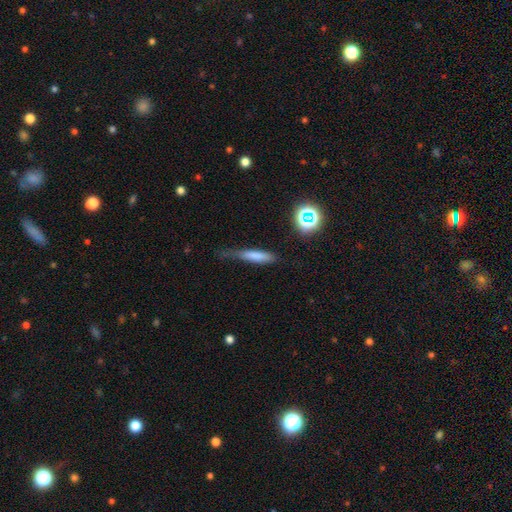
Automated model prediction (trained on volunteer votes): The model was most divided on "merging": none: 47%, minor disturbance: 35%, major disturbance: 16%, merger: 3%. More confident: how rounded — cigar-shaped (78%); smooth or featured — smooth (73%).